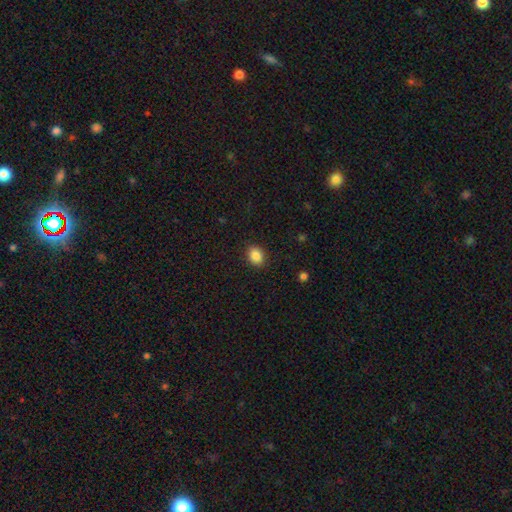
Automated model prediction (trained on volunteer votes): Q: Smooth or featured?
A: smooth (87%); runner-up: star or artifact (9%)
Q: How rounded?
A: in between (56%); runner-up: round (43%)
Q: Merging?
A: none (89%); runner-up: minor disturbance (7%)